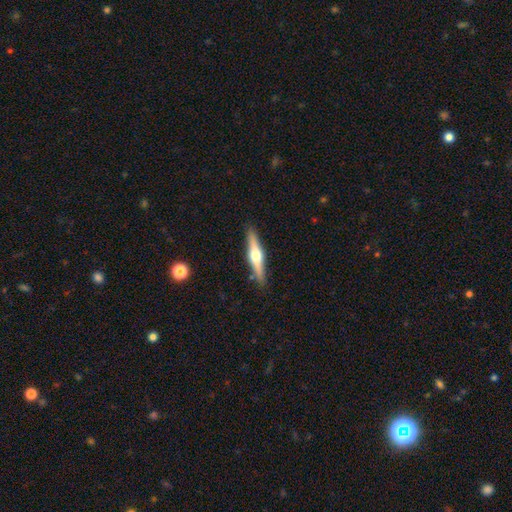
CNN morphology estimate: featured or disk 66%, smooth 29%, star or artifact 5%. Down the decision tree: edge-on disk — yes (97%); edge-on bulge — rounded (94%); merging — none (89%).